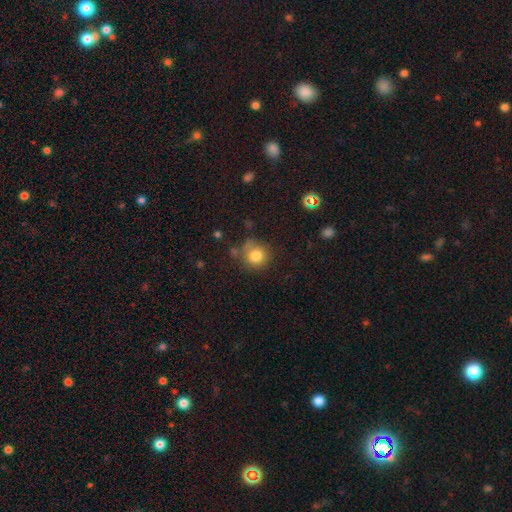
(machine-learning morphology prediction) type=smooth (80%); roundness=round (90%); merging=none (69%).